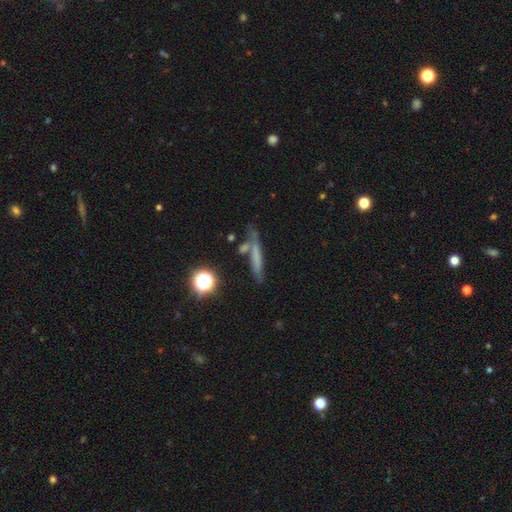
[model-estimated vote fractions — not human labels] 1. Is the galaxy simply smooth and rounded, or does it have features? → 54% smooth, 31% featured or disk, 14% star or artifact.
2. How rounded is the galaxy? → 85% cigar-shaped, 9% in between, 6% round.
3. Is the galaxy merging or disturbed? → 67% none, 17% minor disturbance, 10% merger, 6% major disturbance.